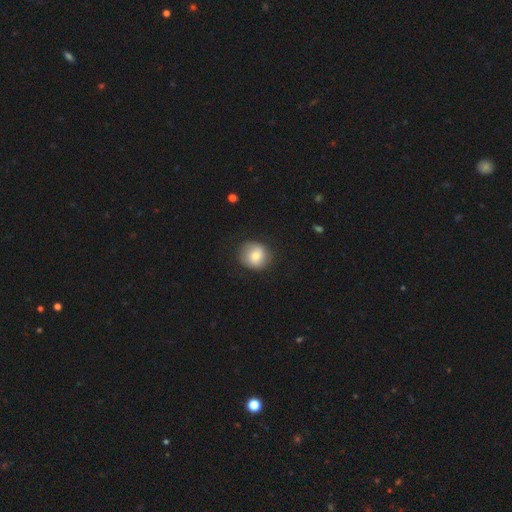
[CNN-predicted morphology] This is likely a smooth galaxy (74%). How rounded: clearly round (87%). Merging: clearly none (82%).